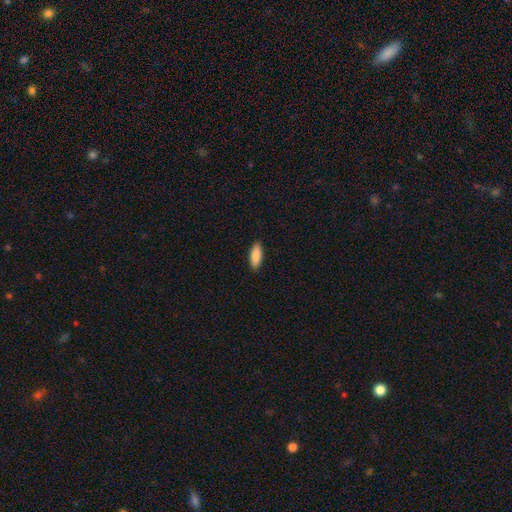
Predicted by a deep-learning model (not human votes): A smooth galaxy with no disk features (89%) that is in between round and cigar-shaped (74%). Merging: none (90%).